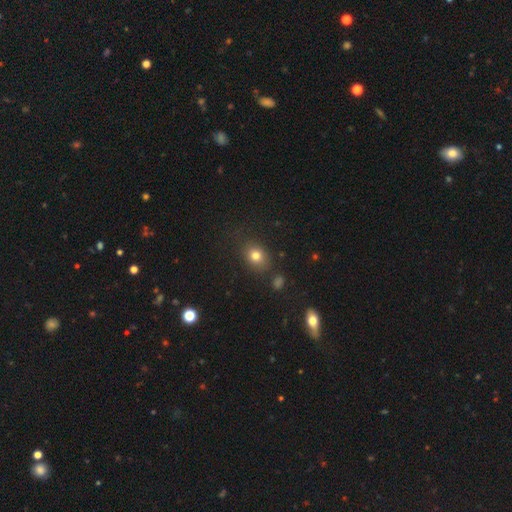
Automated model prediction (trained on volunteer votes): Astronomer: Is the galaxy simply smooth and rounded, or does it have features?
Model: smooth — 78%.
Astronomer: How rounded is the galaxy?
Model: in between — 51% (runner-up: round, 48%).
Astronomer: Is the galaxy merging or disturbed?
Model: none — 77%.